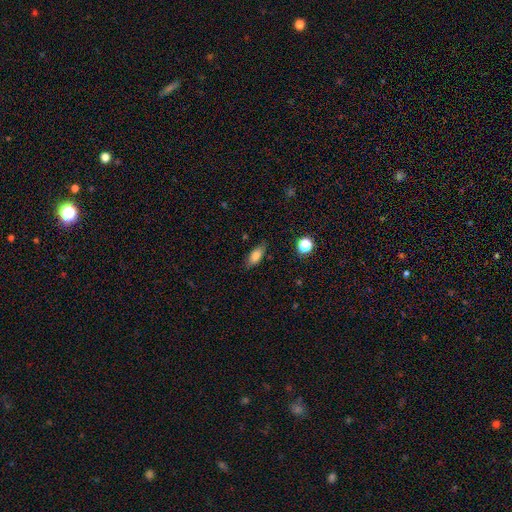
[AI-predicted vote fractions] A smooth galaxy with no disk features (79%) that is in between round and cigar-shaped (79%).

Vote fractions:
- Smooth or featured? smooth: 79% / featured or disk: 12% / star or artifact: 9%
- How rounded? in between: 79% / cigar-shaped: 16% / round: 5%
- Merging? none: 78% / minor disturbance: 17% / major disturbance: 4% / merger: 2%